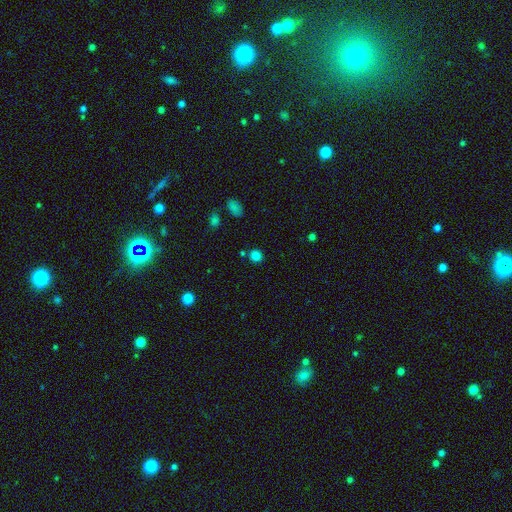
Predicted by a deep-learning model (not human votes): Smooth or featured? Predicted: smooth (p=0.81). How rounded? Predicted: round (p=0.89). Merging? Predicted: none (p=0.82).